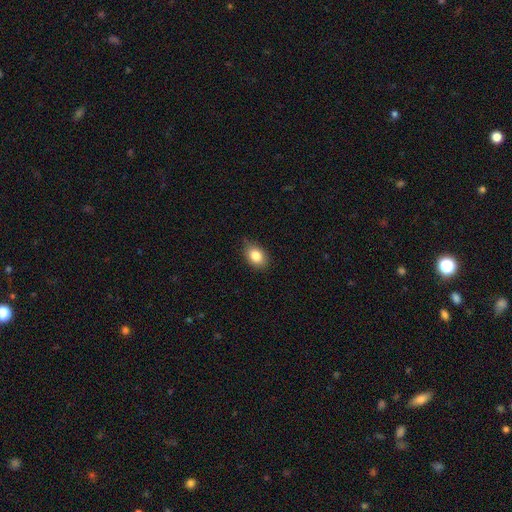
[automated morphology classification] Smooth or featured? Predicted: smooth (p=0.84). How rounded? Predicted: in between (p=0.78). Merging? Predicted: none (p=0.76).